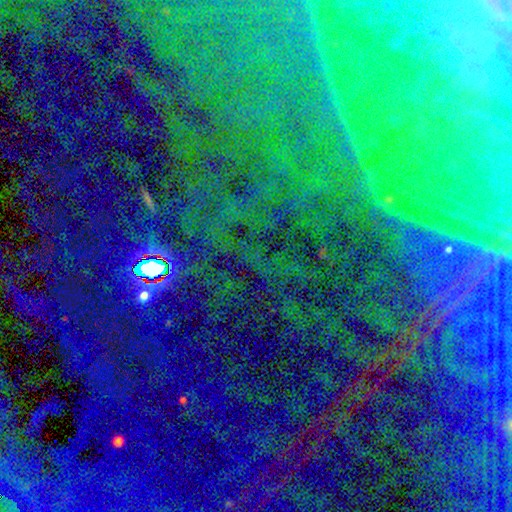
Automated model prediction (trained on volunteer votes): This appears to be a star or artifact, not a galaxy (80%).